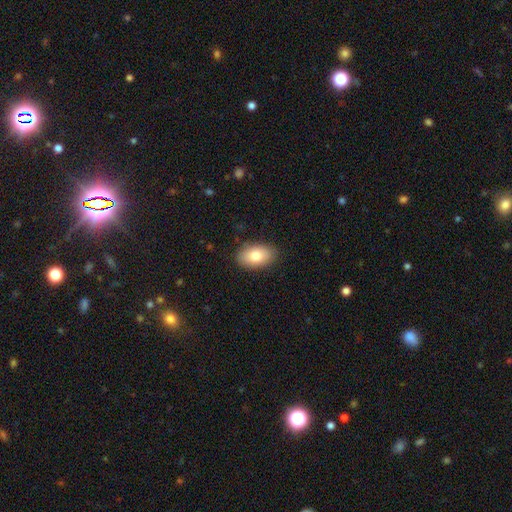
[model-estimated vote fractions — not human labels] A smooth galaxy with no disk features (81%) that is in between round and cigar-shaped (92%). Merging: none (86%).